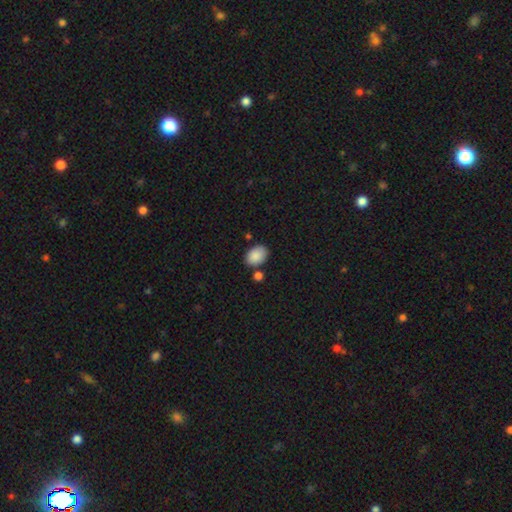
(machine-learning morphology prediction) Q: Smooth or featured?
A: smooth (88%); runner-up: star or artifact (7%)
Q: How rounded?
A: in between (80%); runner-up: round (19%)
Q: Merging?
A: none (76%); runner-up: minor disturbance (13%)